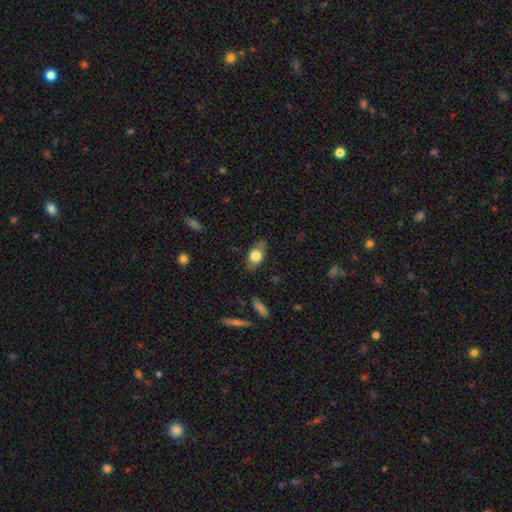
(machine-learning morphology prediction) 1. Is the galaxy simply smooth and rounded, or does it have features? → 73% smooth, 20% featured or disk, 7% star or artifact.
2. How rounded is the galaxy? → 84% in between, 11% round, 6% cigar-shaped.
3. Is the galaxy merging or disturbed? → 78% none, 17% minor disturbance, 4% major disturbance, 1% merger.